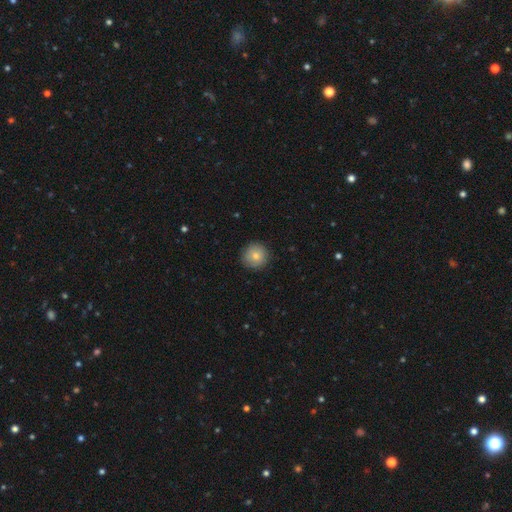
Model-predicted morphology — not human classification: Smooth or featured?
  - smooth: 78% *
  - featured or disk: 14%
  - star or artifact: 8%
How rounded?
  - round: 94% *
  - in between: 5%
  - cigar-shaped: 1%
Merging?
  - none: 87% *
  - minor disturbance: 10%
  - major disturbance: 2%
  - merger: 1%